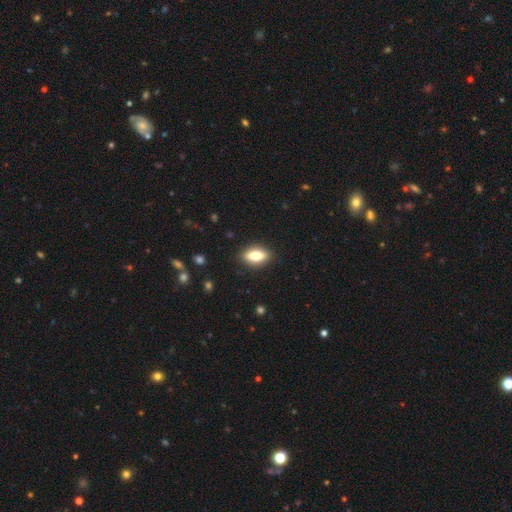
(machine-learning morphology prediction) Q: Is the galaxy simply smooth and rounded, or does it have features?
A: smooth — 68%.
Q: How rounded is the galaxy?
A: in between — 78%.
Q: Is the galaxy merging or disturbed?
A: none — 88%.